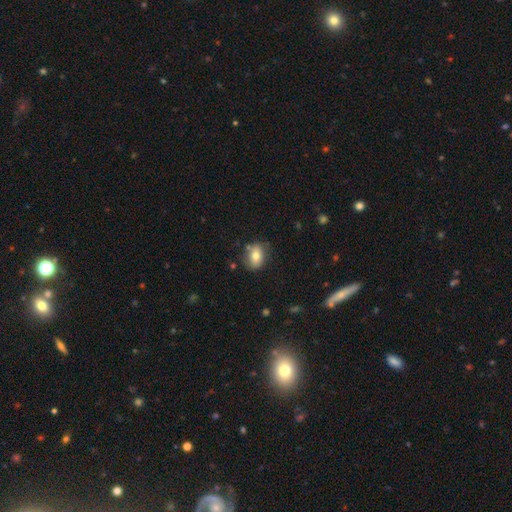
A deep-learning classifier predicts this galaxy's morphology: Smooth or featured? smooth (72%)
How rounded? in between (71%)
Merging? none (75%)